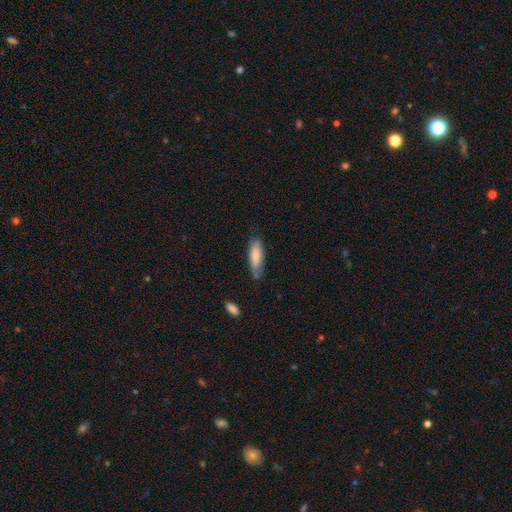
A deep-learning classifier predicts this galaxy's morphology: type=smooth (81%); roundness=cigar-shaped (51%); merging=none (71%).